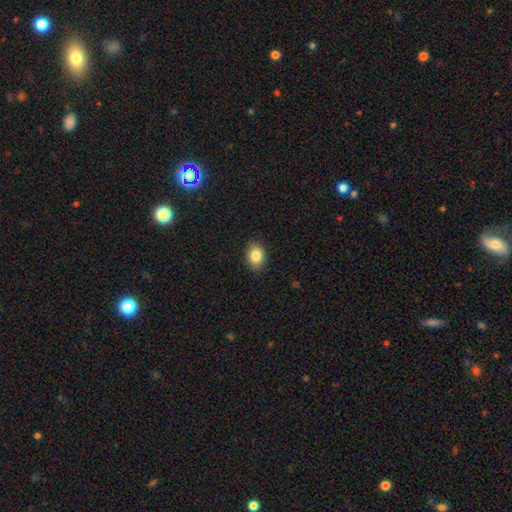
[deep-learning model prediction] Smooth or featured? Predicted: smooth (p=0.84). How rounded? Predicted: in between (p=0.70). Merging? Predicted: none (p=0.89).